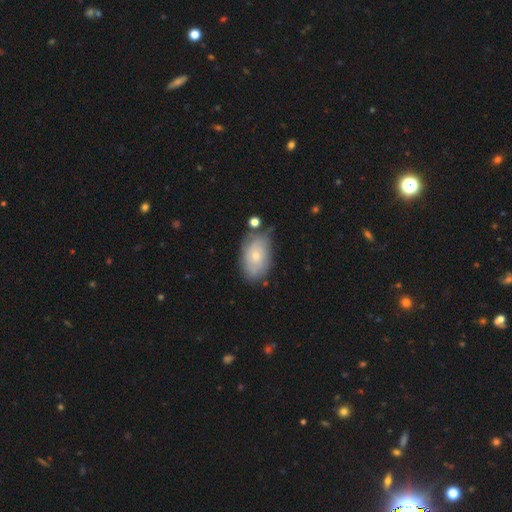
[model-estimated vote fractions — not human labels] Smooth or featured? smooth (52%)
How rounded? in between (89%)
Merging? none (61%)